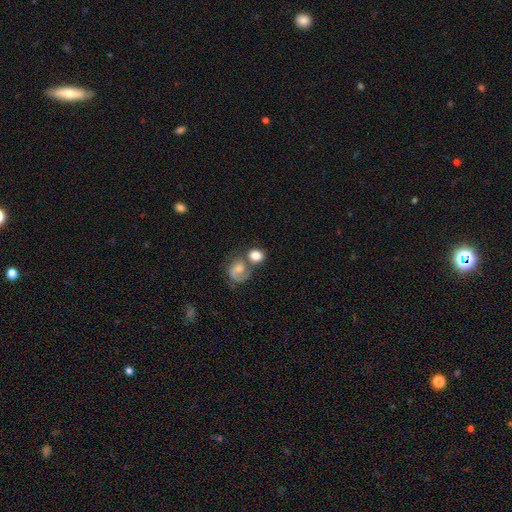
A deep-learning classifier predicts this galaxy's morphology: This appears to be a smooth galaxy with no disk features (69%) that is round (65%). Merging: merger (43%).